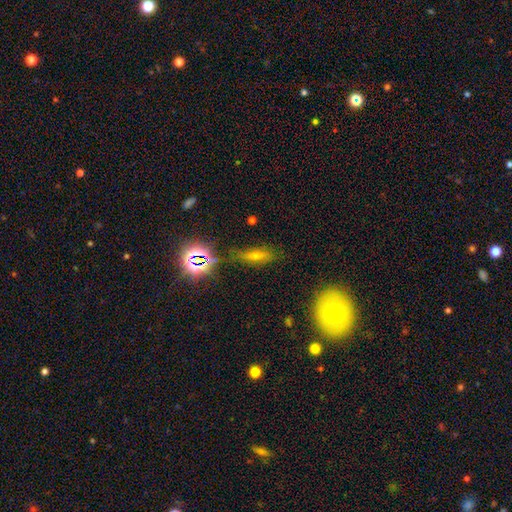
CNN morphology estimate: smooth 50%, star or artifact 27%, featured or disk 24%. Down the decision tree: merging — none (77%).